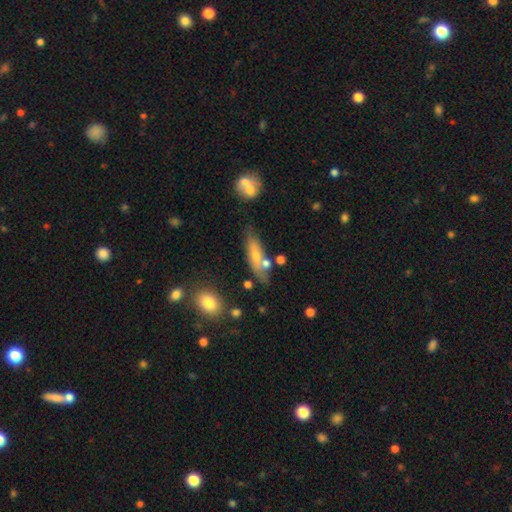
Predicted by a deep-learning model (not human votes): smooth-or-featured: smooth: 59% | featured or disk: 33% | star or artifact: 8%
  how-rounded: cigar-shaped: 49% | in between: 48% | round: 4%
  merging: none: 53% | minor disturbance: 21% | merger: 18% | major disturbance: 8%